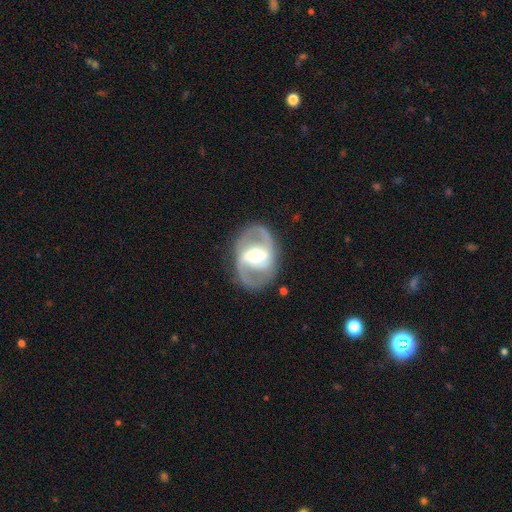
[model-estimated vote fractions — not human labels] Smooth or featured?
  - featured or disk: 84% *
  - smooth: 11%
  - star or artifact: 5%
Edge-on disk?
  - no: 96% *
  - yes: 4%
Bar?
  - strong: 50% *
  - weak: 36%
  - no: 14%
Spiral arms?
  - yes: 82% *
  - no: 18%
Spiral winding?
  - medium: 52% *
  - loose: 27%
  - tight: 21%
Spiral arm count?
  - 2: 90% *
  - can't tell: 5%
  - 1: 2%
  - 3: 1%
  - 4: 1%
  - more than 4: 1%
Bulge size?
  - moderate: 65% *
  - large: 21%
  - small: 11%
  - dominant: 2%
  - none: 1%
Merging?
  - none: 81% *
  - minor disturbance: 11%
  - major disturbance: 6%
  - merger: 1%